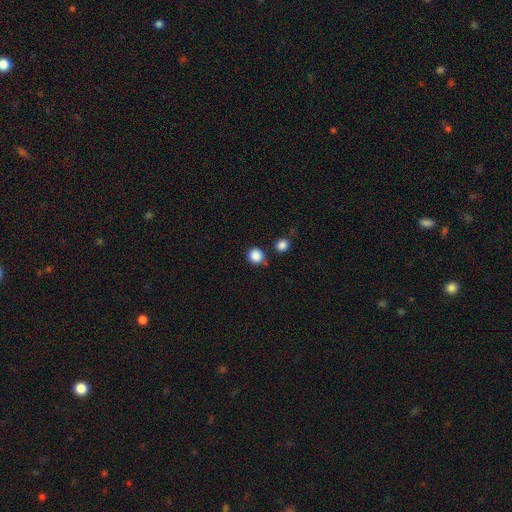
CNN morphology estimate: smooth_or_featured: smooth (p=0.87) [alt: star or artifact p=0.10]
how_rounded: round (p=0.91) [alt: in between p=0.08]
merging: none (p=0.77) [alt: minor disturbance p=0.11]